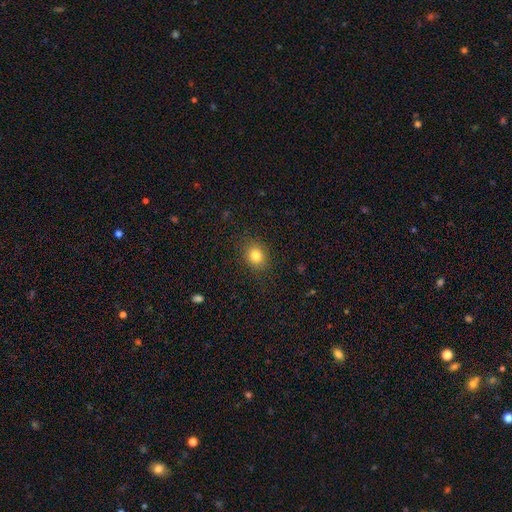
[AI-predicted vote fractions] This is clearly a smooth galaxy (82%). How rounded: likely round (68%). Merging: clearly none (88%).